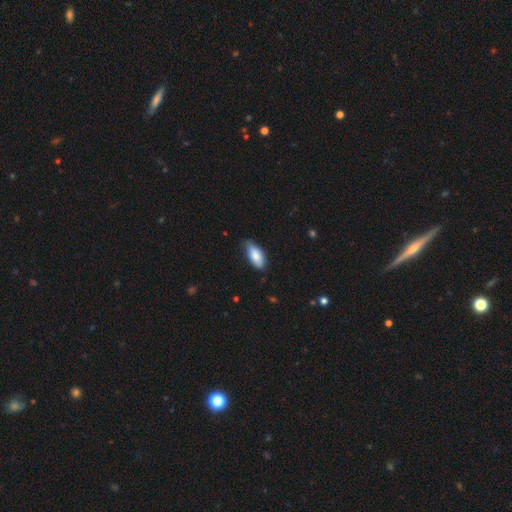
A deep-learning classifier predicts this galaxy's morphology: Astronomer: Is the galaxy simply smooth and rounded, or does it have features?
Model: smooth — 82%.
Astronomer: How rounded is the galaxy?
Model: in between — 88%.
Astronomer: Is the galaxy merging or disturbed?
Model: none — 61%.